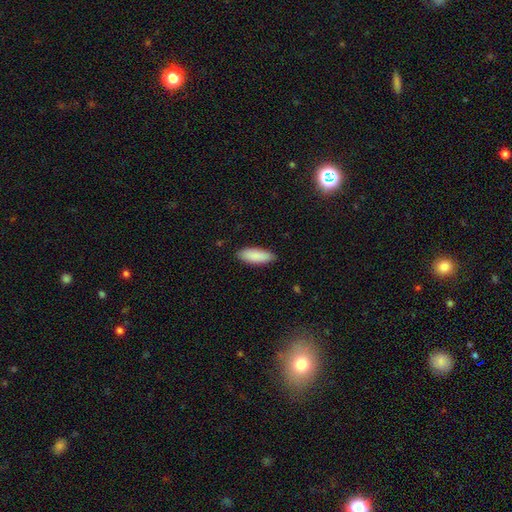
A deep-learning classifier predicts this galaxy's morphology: type=smooth (90%); roundness=in between (73%); merging=none (86%).